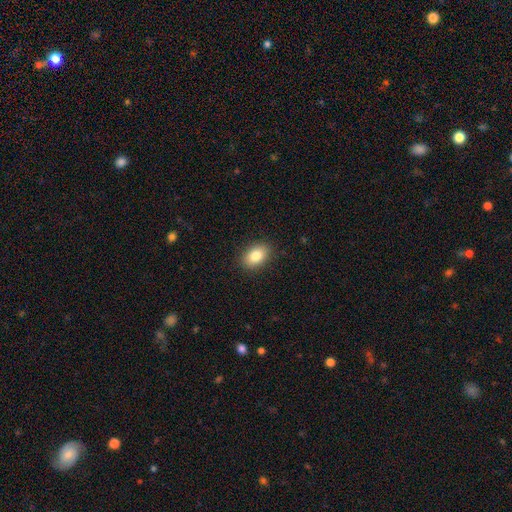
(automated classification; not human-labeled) The model was most divided on "how rounded": in between: 84%, round: 15%, cigar-shaped: 1%. More confident: merging — none (88%); smooth or featured — smooth (83%).